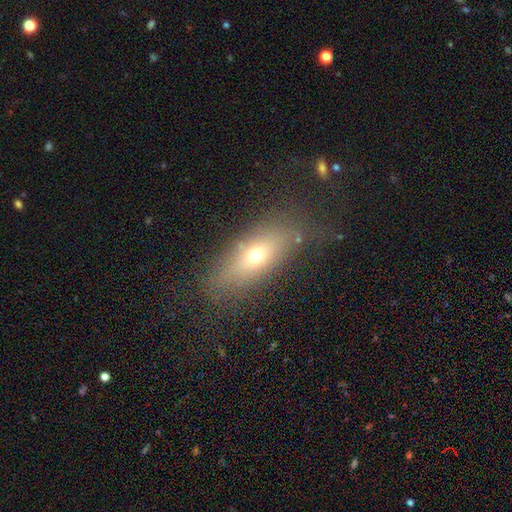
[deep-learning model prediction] Smooth or featured?
  - smooth: 61% *
  - featured or disk: 26%
  - star or artifact: 12%
How rounded?
  - in between: 65% *
  - cigar-shaped: 28%
  - round: 7%
Merging?
  - none: 77% *
  - minor disturbance: 14%
  - major disturbance: 7%
  - merger: 2%